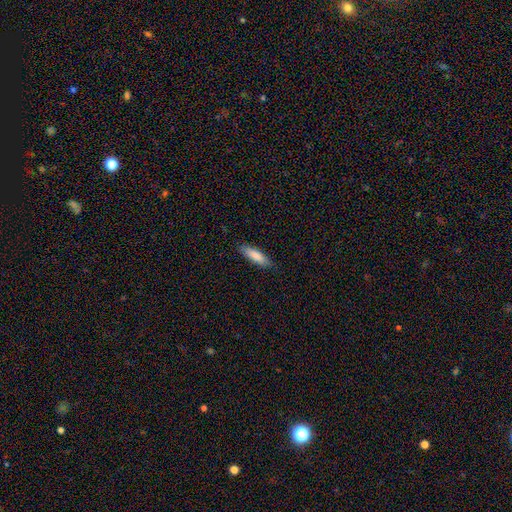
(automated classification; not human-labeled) smooth-or-featured: smooth: 84% | featured or disk: 10% | star or artifact: 6%
  how-rounded: cigar-shaped: 59% | in between: 39% | round: 1%
  merging: none: 87% | minor disturbance: 10% | major disturbance: 2% | merger: 1%